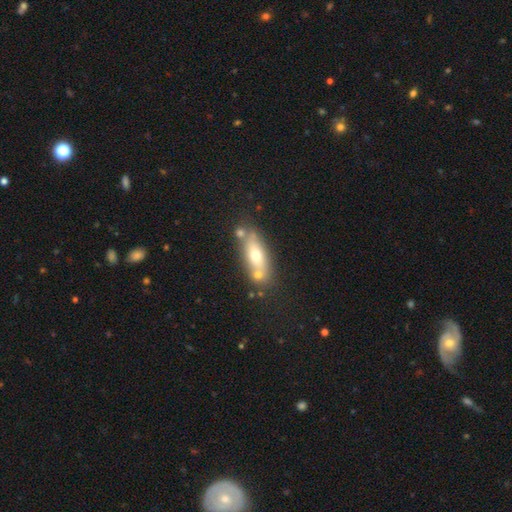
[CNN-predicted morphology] A smooth galaxy with no disk features (55%) that is in between round and cigar-shaped (61%).

Vote fractions:
- Smooth or featured? smooth: 55% / featured or disk: 35% / star or artifact: 10%
- How rounded? in between: 61% / cigar-shaped: 34% / round: 5%
- Merging? none: 62% / merger: 20% / minor disturbance: 14% / major disturbance: 5%